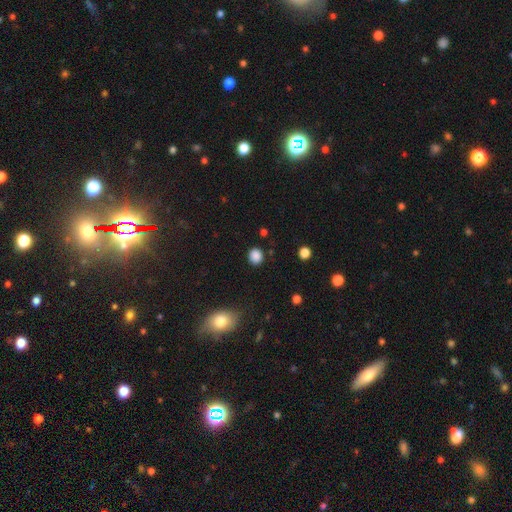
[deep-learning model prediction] A smooth galaxy with no disk features (86%) that is round (82%). Merging: none (88%).